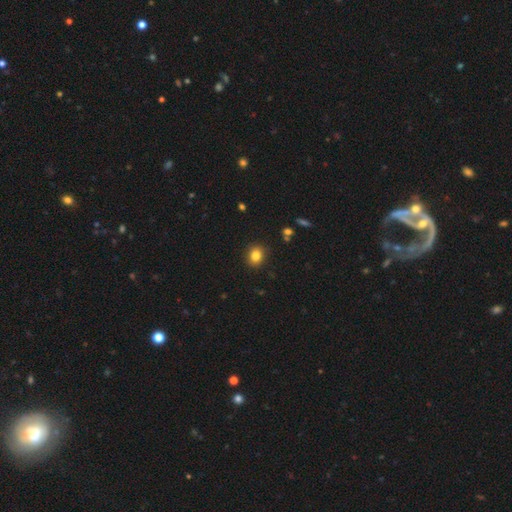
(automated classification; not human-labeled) Smooth or featured? Predicted: smooth (p=0.83). How rounded? Predicted: round (p=0.69). Merging? Predicted: none (p=0.89).